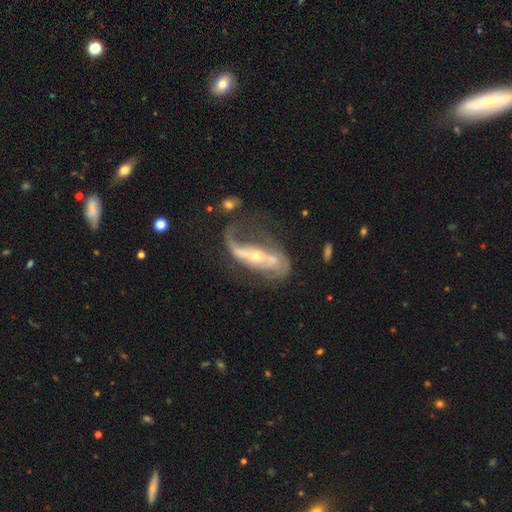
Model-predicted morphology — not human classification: Smooth or featured: featured or disk — 83% (smooth — 11%)
Edge-on disk: no — 87% (yes — 13%)
Bar: strong — 43% (no — 33%)
Spiral arms: yes — 83% (no — 17%)
Spiral winding: loose — 58% (medium — 29%)
Spiral arm count: 2 — 66% (1 — 20%)
Bulge size: small — 60% (moderate — 36%)
Merging: major disturbance — 37% (none — 33%)